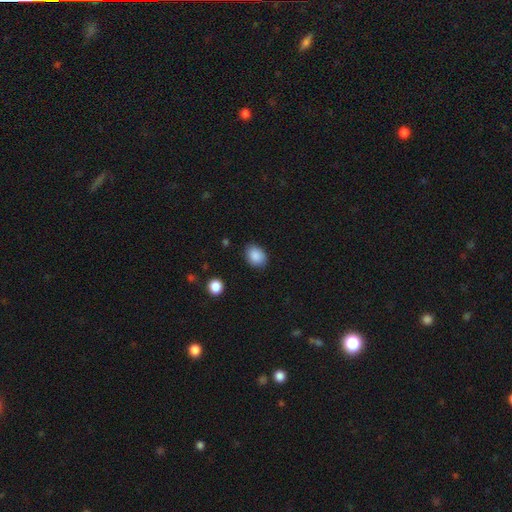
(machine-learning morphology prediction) smooth_or_featured: smooth (p=0.88) [alt: star or artifact p=0.08]
how_rounded: in between (p=0.68) [alt: round p=0.31]
merging: none (p=0.84) [alt: minor disturbance p=0.12]